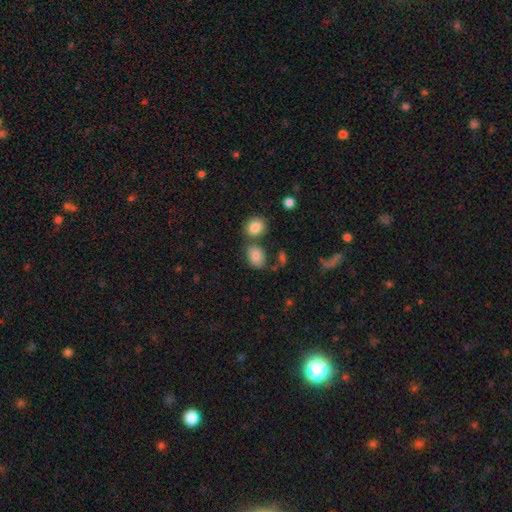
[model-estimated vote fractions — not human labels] smooth_or_featured: smooth (p=0.79) [alt: featured or disk p=0.11]
how_rounded: in between (p=0.73) [alt: round p=0.25]
merging: none (p=0.61) [alt: merger p=0.21]